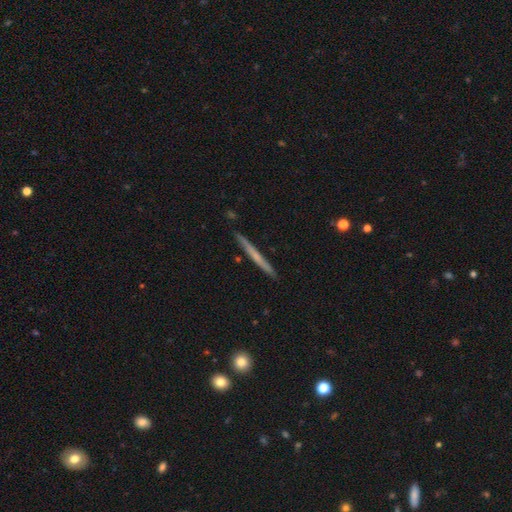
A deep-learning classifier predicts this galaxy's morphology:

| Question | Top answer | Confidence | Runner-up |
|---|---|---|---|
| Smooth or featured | featured or disk | 50% | smooth (44%) |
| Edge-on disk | yes | 97% | no (3%) |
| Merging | none | 90% | minor disturbance (7%) |